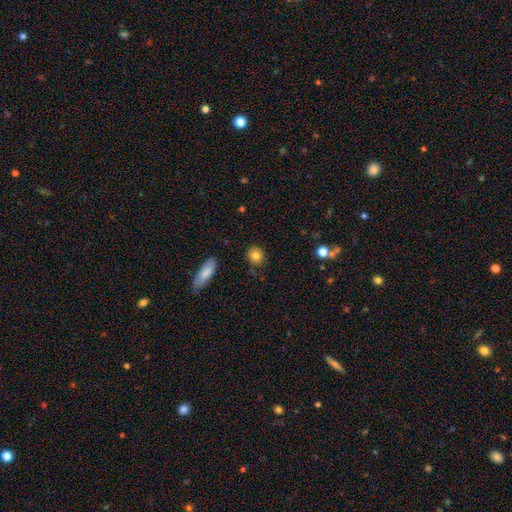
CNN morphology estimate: Smooth or featured: smooth — 82% (featured or disk — 9%)
How rounded: round — 78% (in between — 20%)
Merging: none — 81% (minor disturbance — 13%)